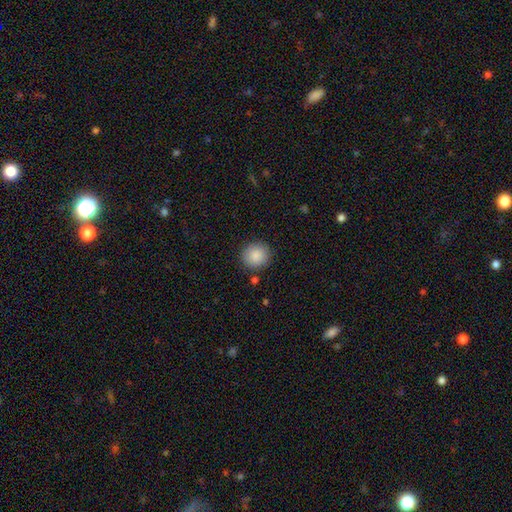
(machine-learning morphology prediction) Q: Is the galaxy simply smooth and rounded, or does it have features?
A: smooth — 88%.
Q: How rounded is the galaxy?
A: round — 90%.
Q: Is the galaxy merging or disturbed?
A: none — 88%.